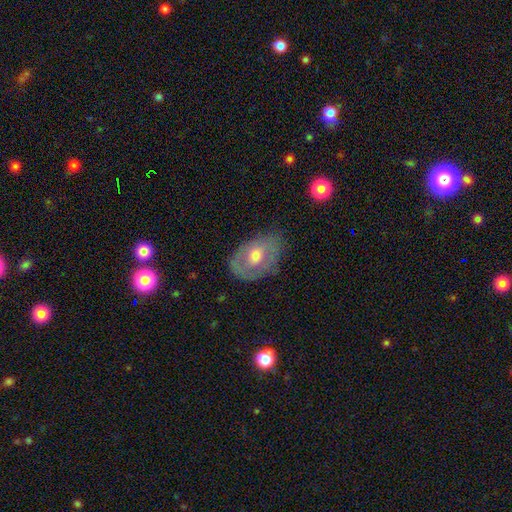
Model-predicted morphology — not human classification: Smooth or featured? smooth (50%)
Merging? none (66%)